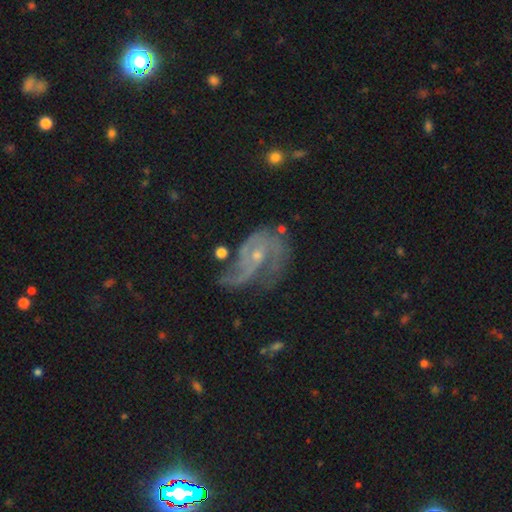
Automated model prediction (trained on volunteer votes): Overall: featured or disk (83%). Edge-on disk: no (97%). Bar: no (59%; weak 33%). Spiral arms: yes (92%). Spiral arm count: 2 (46%; 3 18%). Spiral winding: medium (45%; loose 31%). Bulge size: small (68%). Merging: none (42%; major disturbance 28%).